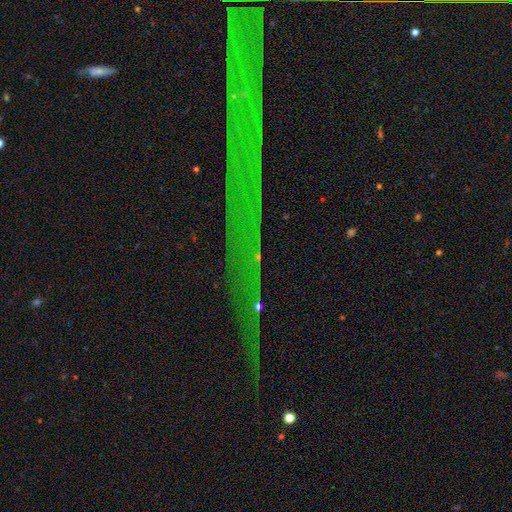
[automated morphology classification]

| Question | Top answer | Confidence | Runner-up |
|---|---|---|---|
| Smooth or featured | star or artifact | 83% | featured or disk (9%) |